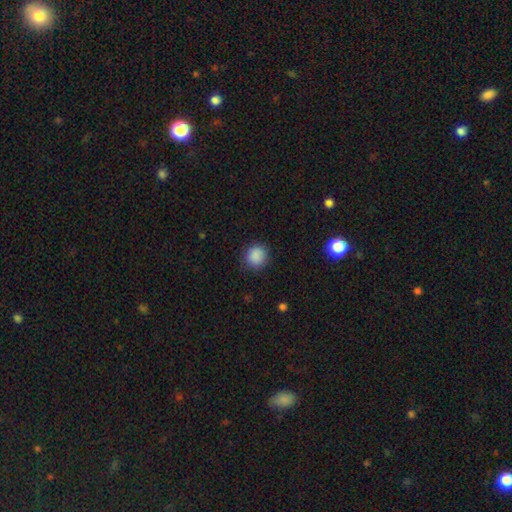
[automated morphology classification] Smooth or featured? smooth (88%)
How rounded? round (87%)
Merging? none (87%)